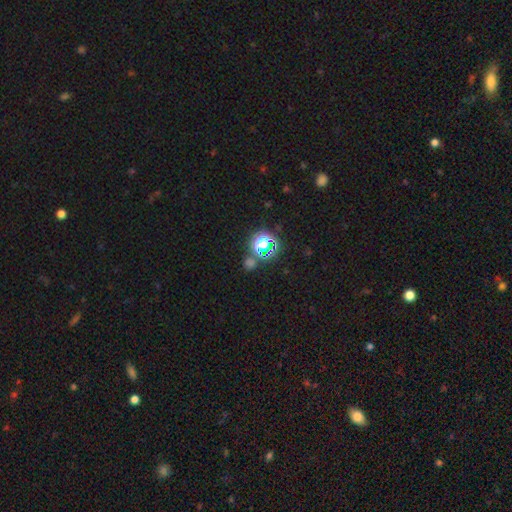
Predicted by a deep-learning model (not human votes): smooth_or_featured: star or artifact (p=0.68) [alt: smooth p=0.25]